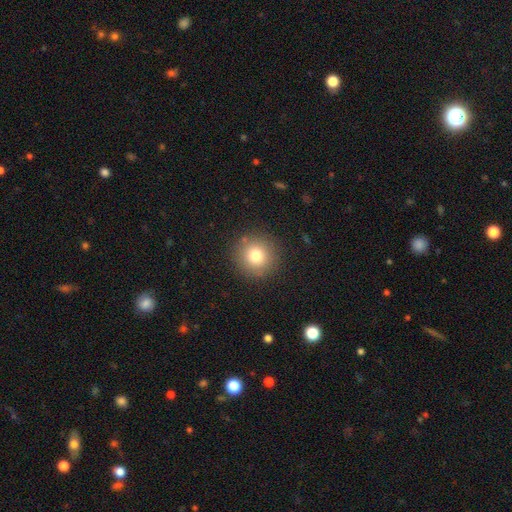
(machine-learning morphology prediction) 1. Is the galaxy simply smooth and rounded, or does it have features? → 78% smooth, 12% star or artifact, 10% featured or disk.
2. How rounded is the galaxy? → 94% round, 5% in between, 1% cigar-shaped.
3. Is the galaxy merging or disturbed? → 89% none, 7% minor disturbance, 3% major disturbance, 1% merger.